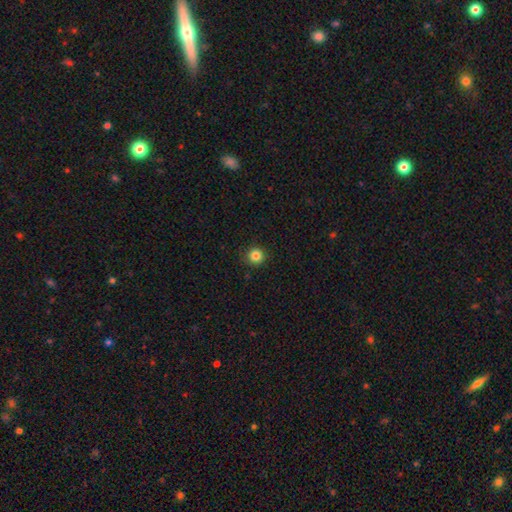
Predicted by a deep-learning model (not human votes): Smooth or featured? smooth (83%)
How rounded? round (95%)
Merging? none (91%)